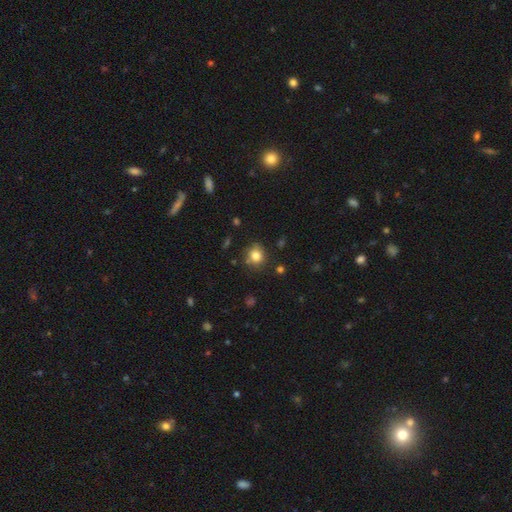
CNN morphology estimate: Smooth or featured?
  - smooth: 81% *
  - star or artifact: 12%
  - featured or disk: 7%
How rounded?
  - round: 80% *
  - in between: 19%
  - cigar-shaped: 1%
Merging?
  - none: 78% *
  - minor disturbance: 14%
  - merger: 4%
  - major disturbance: 3%